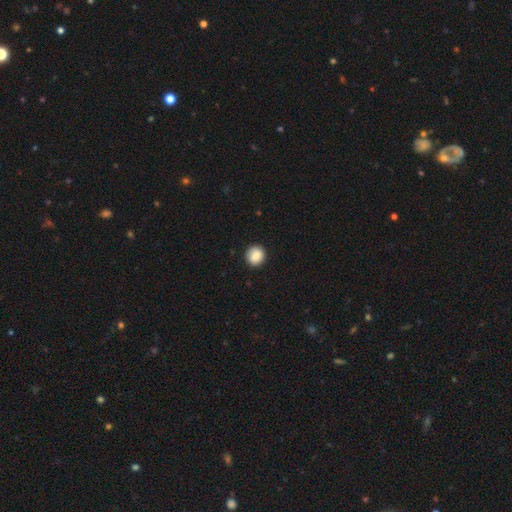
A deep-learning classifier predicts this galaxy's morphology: type=smooth (88%); roundness=round (90%); merging=none (90%).